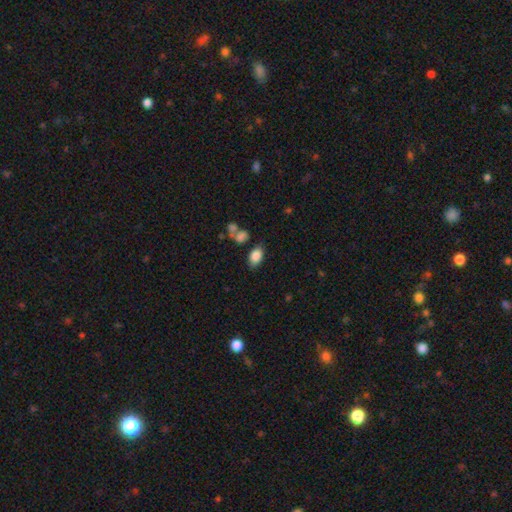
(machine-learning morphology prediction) Q: Smooth or featured?
A: smooth (85%); runner-up: star or artifact (8%)
Q: How rounded?
A: in between (90%); runner-up: round (8%)
Q: Merging?
A: none (71%); runner-up: minor disturbance (15%)